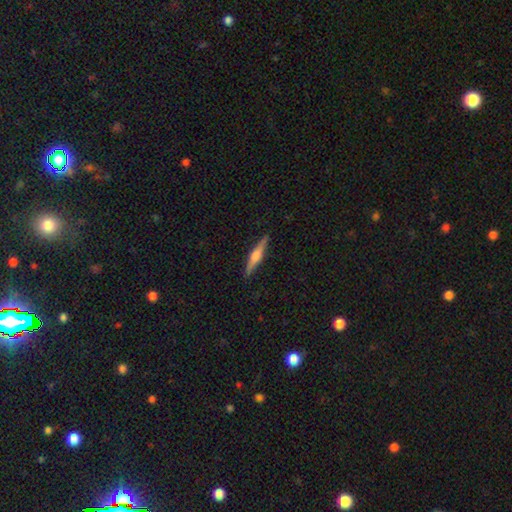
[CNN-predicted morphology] A featured or disk galaxy (61%) viewed edge-on (98%) with a rounded central bulge (77%). Merging: none (90%).